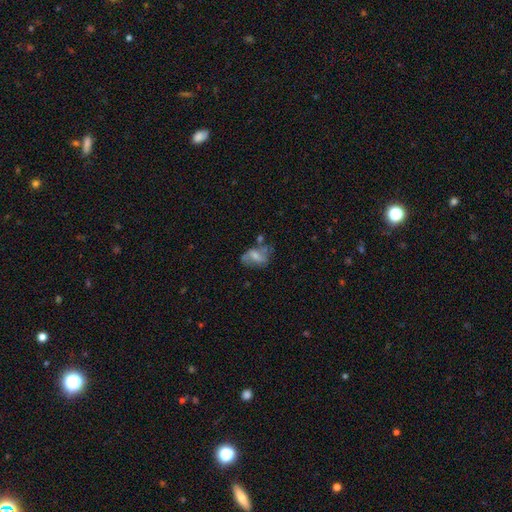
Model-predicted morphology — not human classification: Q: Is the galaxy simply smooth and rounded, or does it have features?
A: featured or disk — 48%.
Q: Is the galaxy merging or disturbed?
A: none — 41%.